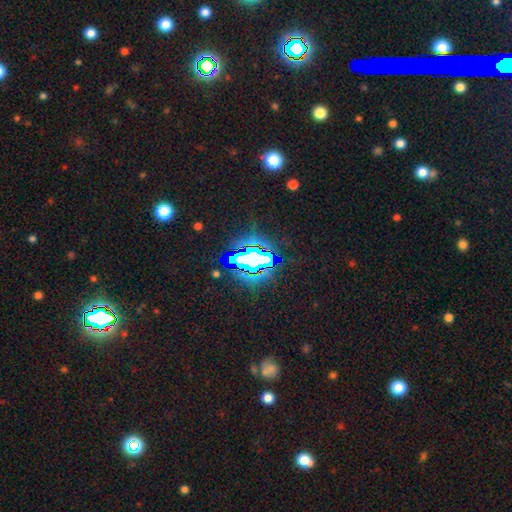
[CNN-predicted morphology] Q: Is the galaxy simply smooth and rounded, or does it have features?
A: star or artifact — 68%.